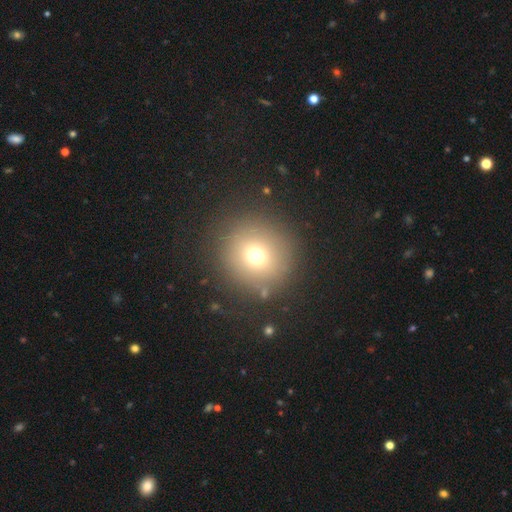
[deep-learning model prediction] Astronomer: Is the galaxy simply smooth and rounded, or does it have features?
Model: smooth — 70%.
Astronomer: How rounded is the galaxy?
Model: round — 93%.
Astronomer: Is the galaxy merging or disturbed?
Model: none — 85%.